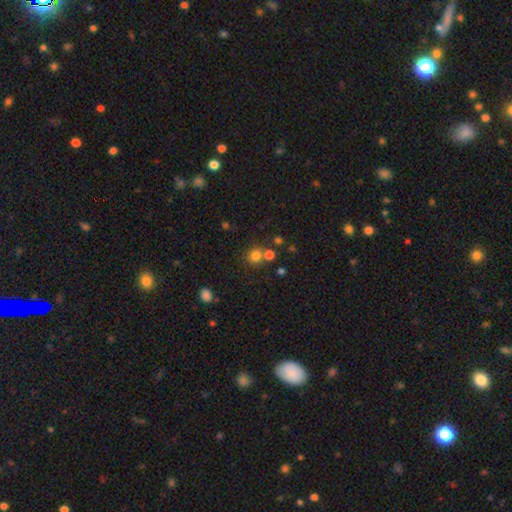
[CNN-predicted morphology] Smooth or featured?
  - smooth: 77% *
  - star or artifact: 16%
  - featured or disk: 7%
How rounded?
  - round: 87% *
  - in between: 12%
  - cigar-shaped: 1%
Merging?
  - none: 62% *
  - merger: 26%
  - minor disturbance: 8%
  - major disturbance: 4%